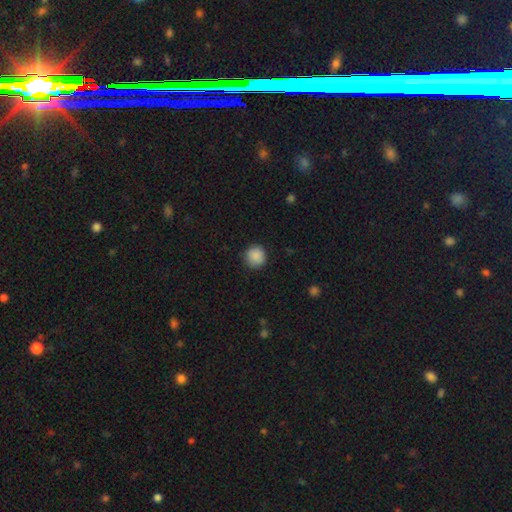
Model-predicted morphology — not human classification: Smooth or featured?
  - smooth: 88% *
  - star or artifact: 8%
  - featured or disk: 3%
How rounded?
  - round: 94% *
  - in between: 5%
  - cigar-shaped: 1%
Merging?
  - none: 88% *
  - minor disturbance: 9%
  - major disturbance: 2%
  - merger: 1%